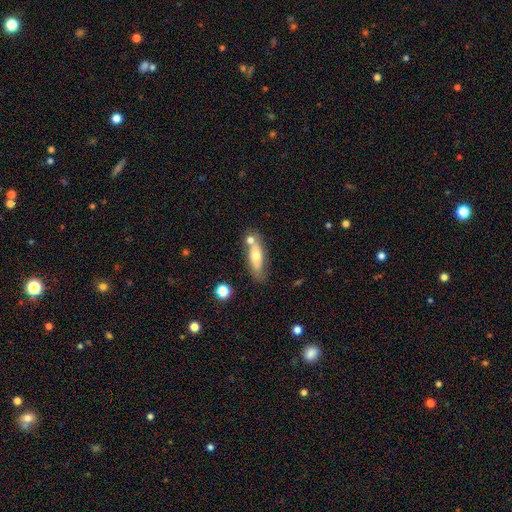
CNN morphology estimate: Smooth or featured? smooth (60%)
How rounded? in between (56%)
Merging? none (56%)